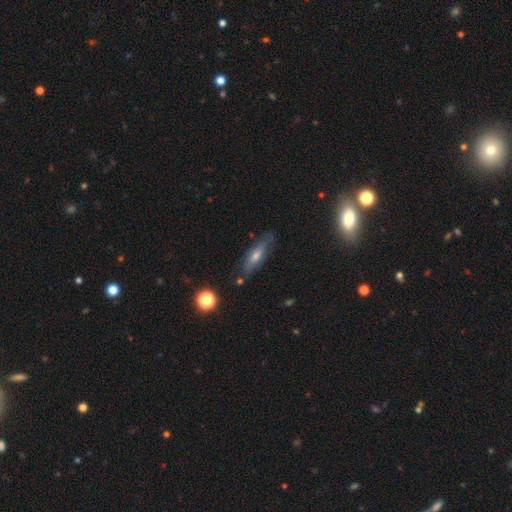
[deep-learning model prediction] A featured or disk galaxy (46%).

Vote fractions:
- Smooth or featured? featured or disk: 46% / smooth: 43% / star or artifact: 11%
- Merging? none: 77% / minor disturbance: 17% / major disturbance: 4% / merger: 3%